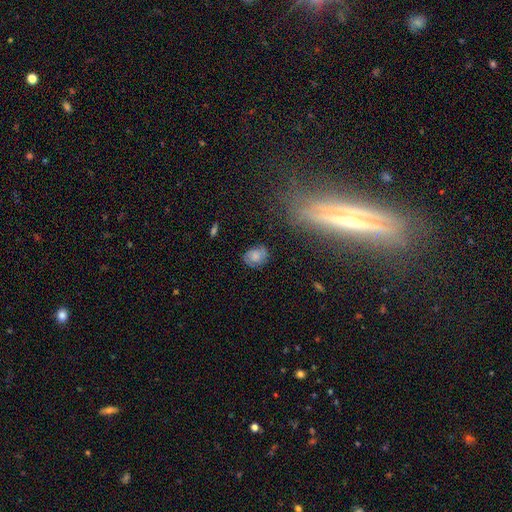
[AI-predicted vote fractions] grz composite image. It shows a smooth galaxy with no disk features (63%) that is in between round and cigar-shaped (54%). Merging: none (72%).